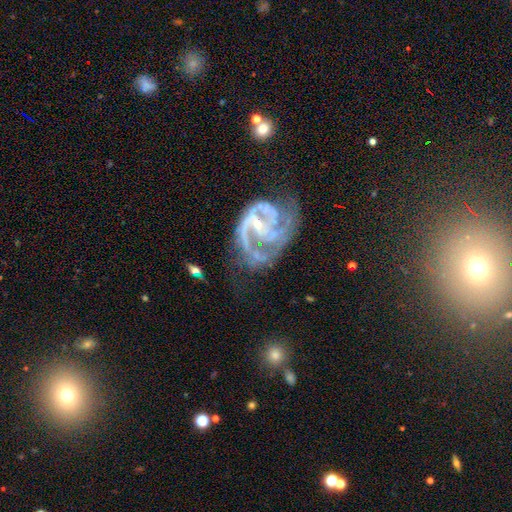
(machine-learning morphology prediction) smooth_or_featured: featured or disk (p=0.89) [alt: star or artifact p=0.06]
disk_edge_on: no (p=0.98) [alt: yes p=0.02]
bar: no (p=0.50) [alt: weak p=0.35]
has_spiral_arms: yes (p=0.96) [alt: no p=0.04]
spiral_winding: medium (p=0.49) [alt: tight p=0.36]
spiral_arm_count: 2 (p=0.45) [alt: 3 p=0.23]
bulge_size: small (p=0.76) [alt: moderate p=0.16]
merging: none (p=0.41) [alt: major disturbance p=0.31]